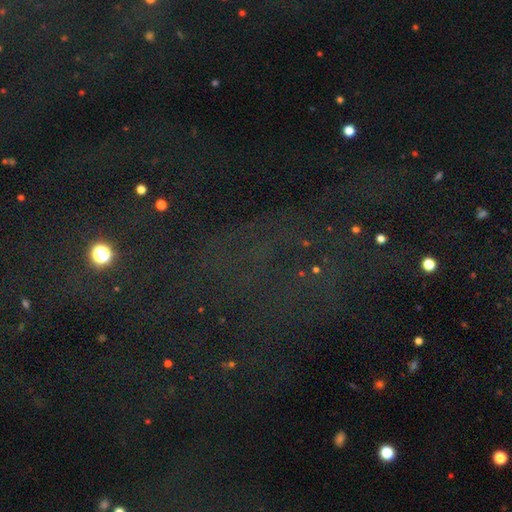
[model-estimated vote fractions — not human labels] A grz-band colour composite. It shows a star or artifact, not a galaxy (73%).